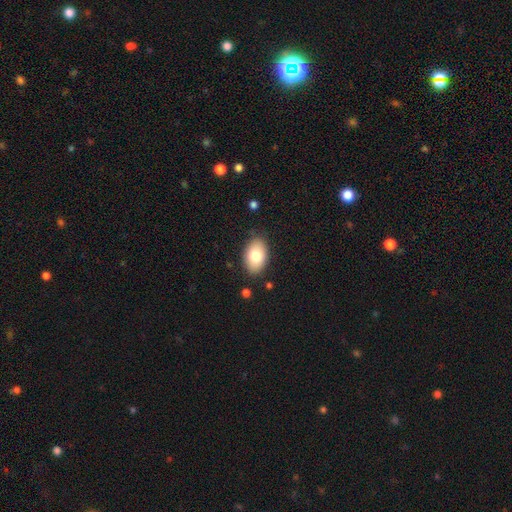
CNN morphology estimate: Smooth or featured: smooth — 77% (featured or disk — 16%)
How rounded: in between — 89% (round — 10%)
Merging: none — 85% (minor disturbance — 11%)